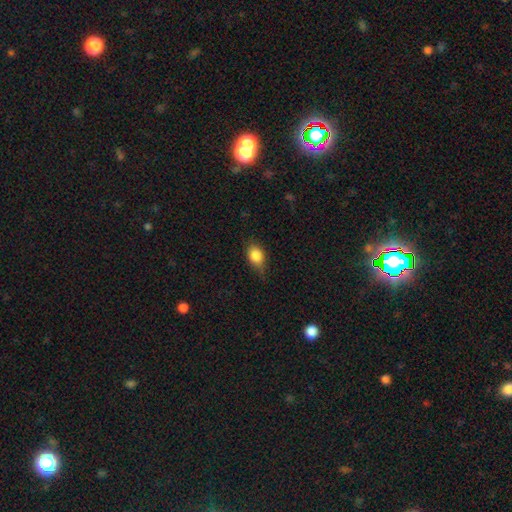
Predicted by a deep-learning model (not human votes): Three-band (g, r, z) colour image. It shows a smooth galaxy with no disk features (83%) that is in between round and cigar-shaped (71%). Merging: none (64%).